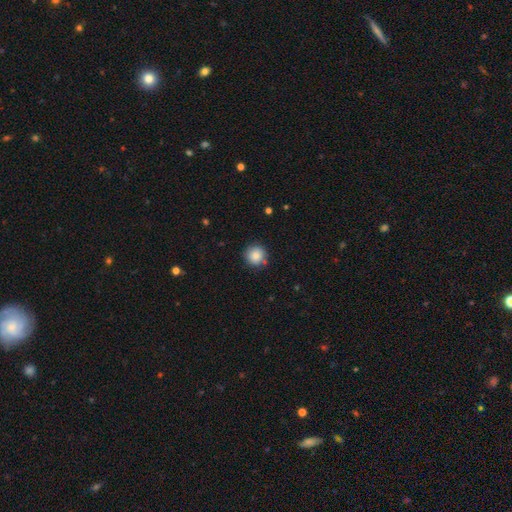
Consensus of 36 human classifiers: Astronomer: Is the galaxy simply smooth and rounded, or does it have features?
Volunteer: smooth — 92%.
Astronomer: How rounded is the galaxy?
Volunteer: round — 97%.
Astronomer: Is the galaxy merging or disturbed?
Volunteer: none — 83%.